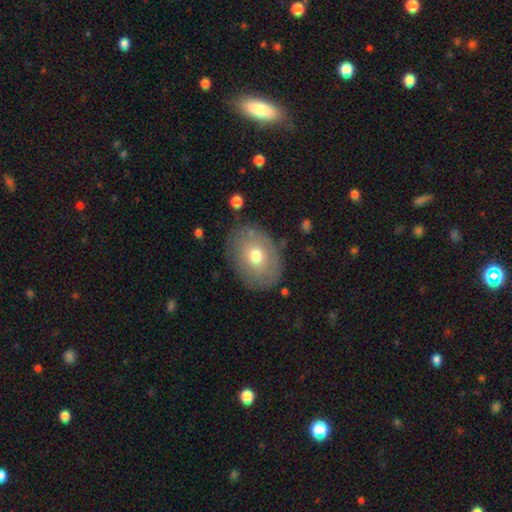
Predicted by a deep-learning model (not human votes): A smooth galaxy with no disk features (66%) that is in between round and cigar-shaped (70%).

Vote fractions:
- Smooth or featured? smooth: 66% / featured or disk: 26% / star or artifact: 8%
- How rounded? in between: 70% / round: 29% / cigar-shaped: 1%
- Merging? none: 79% / minor disturbance: 14% / major disturbance: 5% / merger: 2%